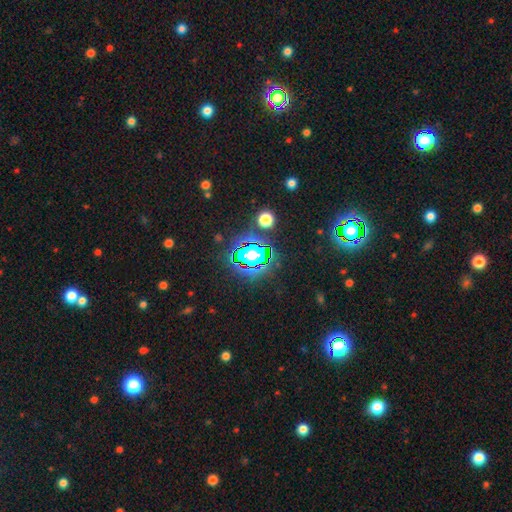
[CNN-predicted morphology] The model was most divided on "smooth or featured": star or artifact: 77%, smooth: 14%, featured or disk: 9%.